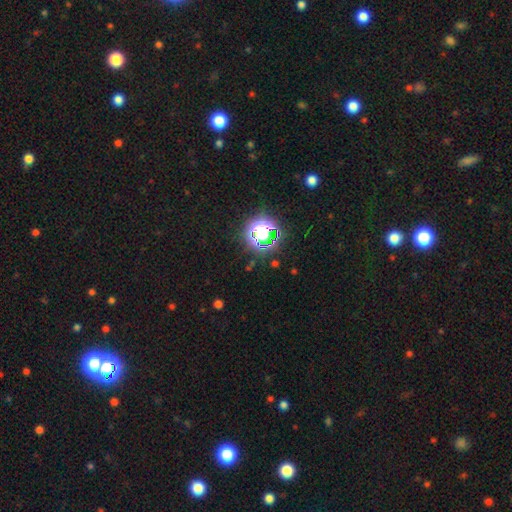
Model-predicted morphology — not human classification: This appears to be a star or artifact, not a galaxy (77%).